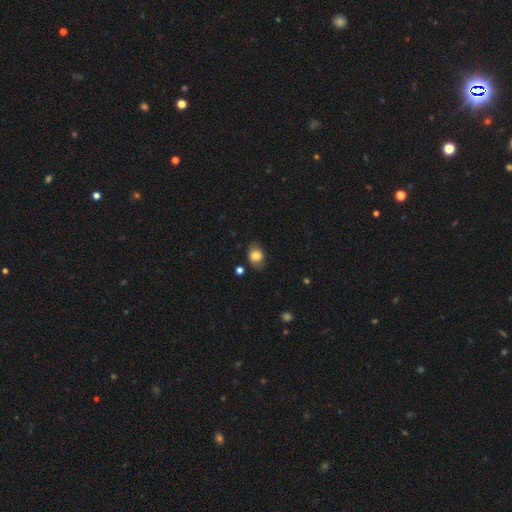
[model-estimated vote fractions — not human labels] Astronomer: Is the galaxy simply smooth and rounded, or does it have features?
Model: smooth — 80%.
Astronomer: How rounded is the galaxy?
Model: in between — 69%.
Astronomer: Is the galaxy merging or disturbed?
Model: none — 80%.